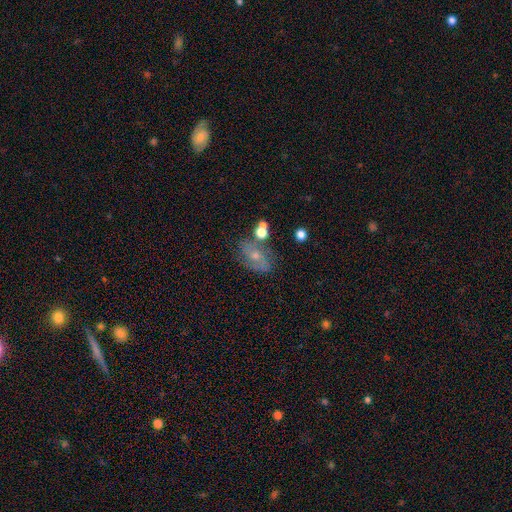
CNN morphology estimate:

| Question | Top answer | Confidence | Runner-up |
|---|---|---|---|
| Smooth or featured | featured or disk | 49% | smooth (35%) |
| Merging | none | 58% | minor disturbance (21%) |